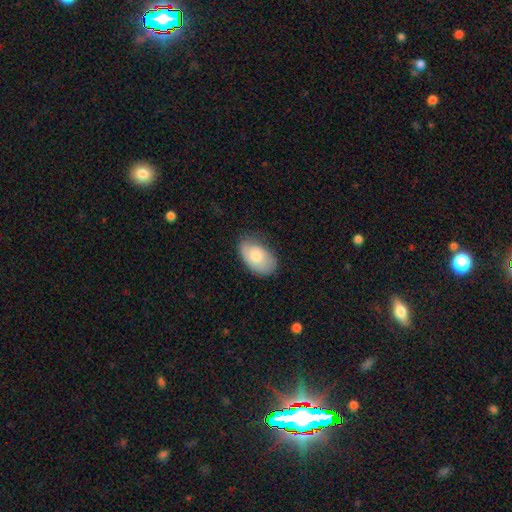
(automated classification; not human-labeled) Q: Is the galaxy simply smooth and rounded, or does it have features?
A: smooth — 65%.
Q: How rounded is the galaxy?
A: in between — 92%.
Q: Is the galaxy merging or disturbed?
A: none — 68%.